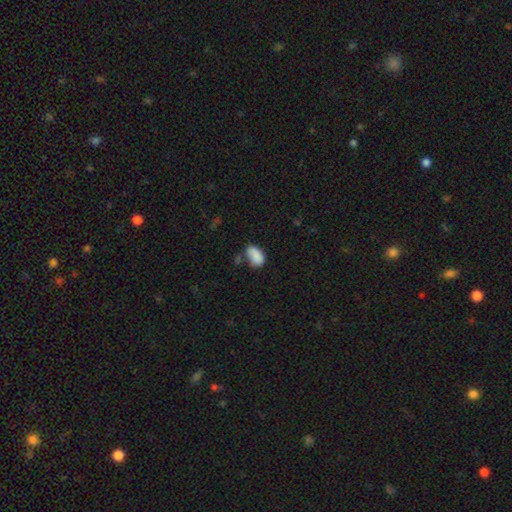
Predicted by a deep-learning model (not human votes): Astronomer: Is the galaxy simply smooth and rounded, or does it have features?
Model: smooth — 85%.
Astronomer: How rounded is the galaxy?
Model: in between — 91%.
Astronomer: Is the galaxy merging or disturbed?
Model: none — 49% (runner-up: minor disturbance, 28%).